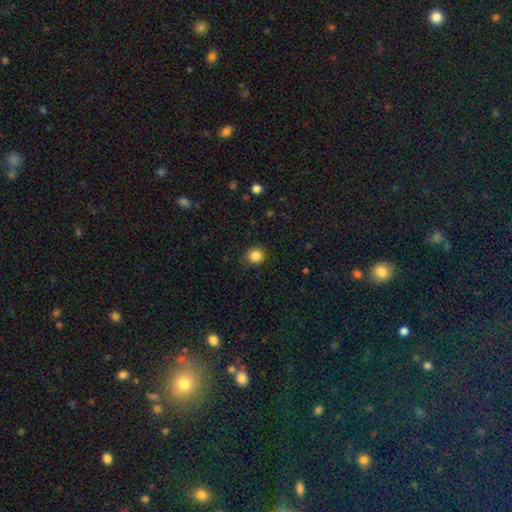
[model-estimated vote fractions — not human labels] This appears to be a smooth galaxy with no disk features (86%) that is round (91%). Merging: none (87%).